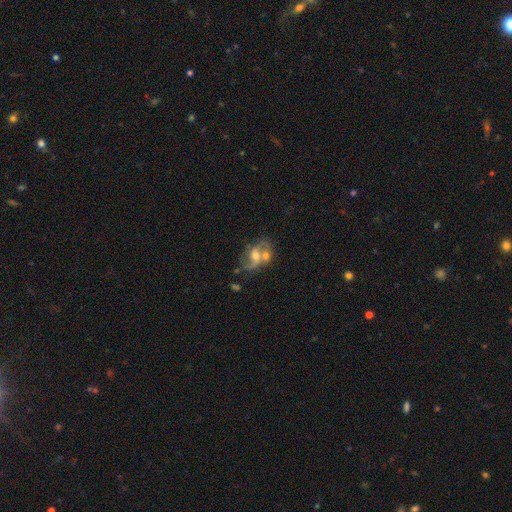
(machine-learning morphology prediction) A featured or disk galaxy (71%) with no bar (52%), 2 (78%) loose (46%) spiral arms (79%) and a moderate central bulge (62%).

Vote fractions:
- Smooth or featured? featured or disk: 71% / smooth: 20% / star or artifact: 10%
- Edge-on disk? no: 96% / yes: 4%
- Bar? no: 52% / weak: 38% / strong: 10%
- Spiral arms? yes: 79% / no: 21%
- Spiral winding? loose: 46% / medium: 41% / tight: 12%
- Spiral arm count? 2: 78% / can't tell: 9% / 1: 8% / 3: 2% / 4: 1% / more than 4: 1%
- Bulge size? moderate: 62% / small: 23% / large: 9% / none: 4% / dominant: 2%
- Merging? none: 40% / merger: 33% / minor disturbance: 15% / major disturbance: 11%